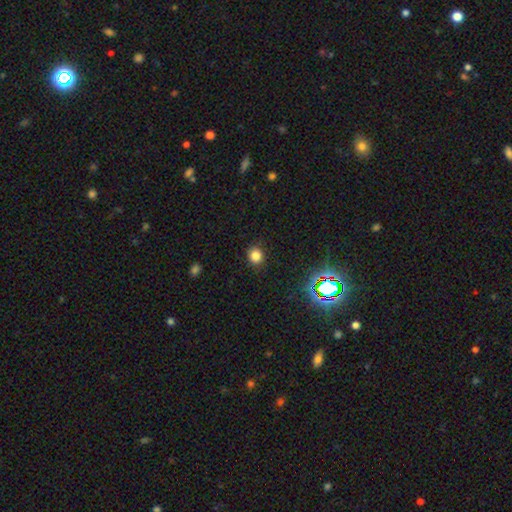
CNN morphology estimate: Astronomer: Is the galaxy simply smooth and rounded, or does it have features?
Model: smooth — 81%.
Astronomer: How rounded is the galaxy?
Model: round — 79%.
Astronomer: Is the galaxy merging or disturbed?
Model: none — 89%.